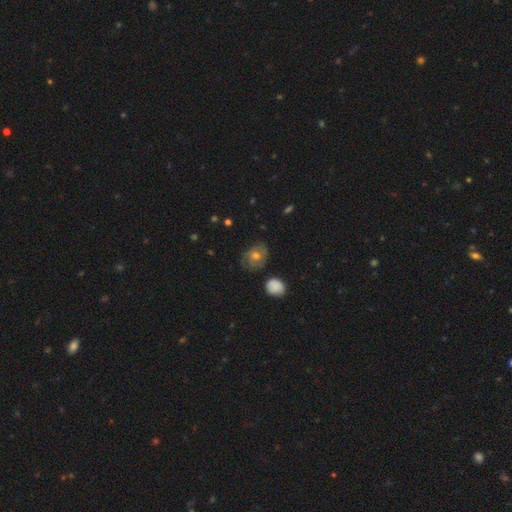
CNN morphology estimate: Smooth or featured?
  - smooth: 46% *
  - featured or disk: 43%
  - star or artifact: 10%
Merging?
  - none: 66% *
  - minor disturbance: 24%
  - major disturbance: 9%
  - merger: 2%